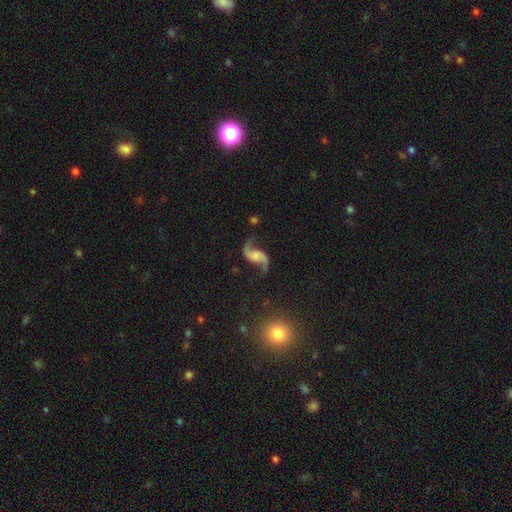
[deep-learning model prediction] smooth-or-featured: featured or disk: 88% | smooth: 6% | star or artifact: 6%
  disk-edge-on: no: 97% | yes: 3%
    bar: no: 59% | weak: 31% | strong: 10%
    has-spiral-arms: yes: 97% | no: 3%
      spiral-winding: loose: 85% | medium: 12% | tight: 3%
      spiral-arm-count: 2: 94% | 1: 2% | can't tell: 1% | 3: 1% | 4: 1% | more than 4: 1%
    bulge-size: none: 44% | small: 24% | moderate: 18% | large: 10% | dominant: 3%
  merging: none: 73% | minor disturbance: 15% | major disturbance: 9% | merger: 3%